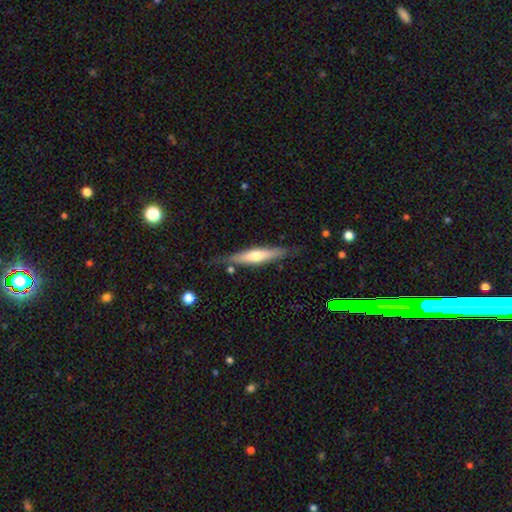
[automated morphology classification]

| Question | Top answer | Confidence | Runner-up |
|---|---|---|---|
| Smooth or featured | featured or disk | 48% | smooth (46%) |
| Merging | none | 74% | minor disturbance (18%) |